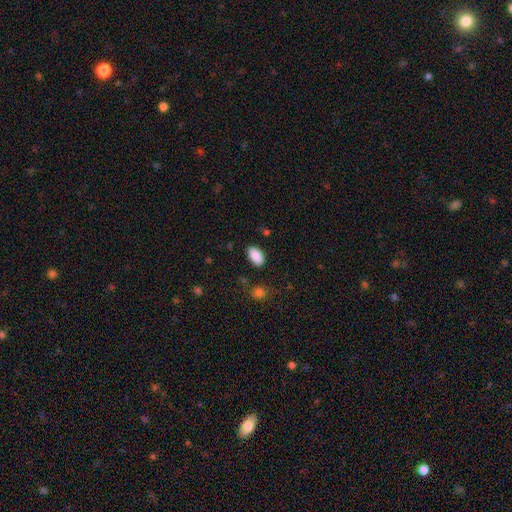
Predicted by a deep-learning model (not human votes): Smooth or featured: smooth — 89% (star or artifact — 7%)
How rounded: in between — 94% (round — 4%)
Merging: none — 83% (minor disturbance — 12%)